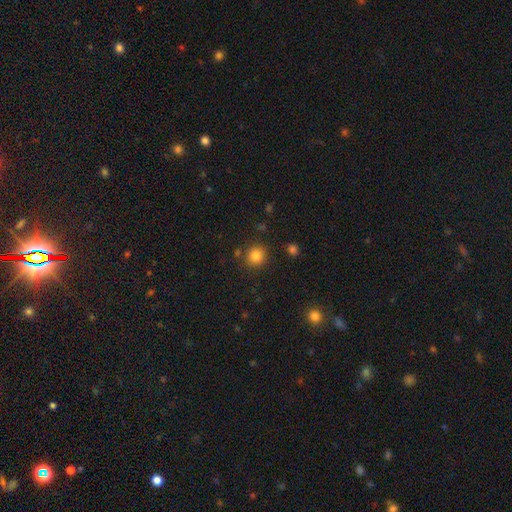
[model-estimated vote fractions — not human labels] Smooth or featured? smooth (83%)
How rounded? round (91%)
Merging? none (84%)